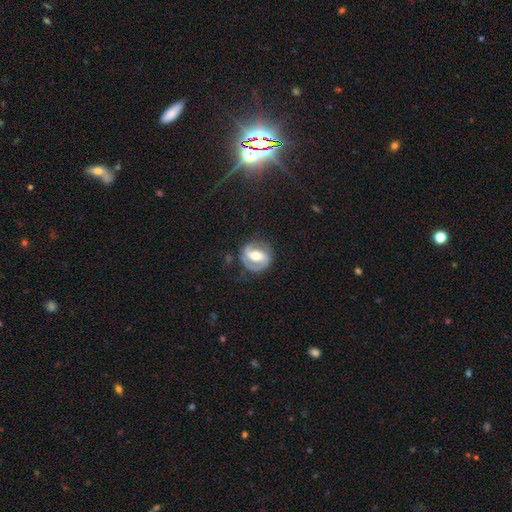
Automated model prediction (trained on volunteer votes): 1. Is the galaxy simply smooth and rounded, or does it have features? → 83% featured or disk, 12% smooth, 5% star or artifact.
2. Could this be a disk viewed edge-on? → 97% no, 3% yes.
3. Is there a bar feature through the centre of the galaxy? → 44% strong, 35% weak, 21% no.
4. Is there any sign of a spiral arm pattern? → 92% yes, 8% no.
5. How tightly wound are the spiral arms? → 46% medium, 38% tight, 16% loose.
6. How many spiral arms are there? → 86% 2, 7% 1, 4% can't tell, 1% 3, 1% 4, 1% more than 4.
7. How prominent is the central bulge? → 72% moderate, 16% small, 9% large, 1% none, 1% dominant.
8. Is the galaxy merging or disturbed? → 76% none, 15% minor disturbance, 7% major disturbance, 2% merger.